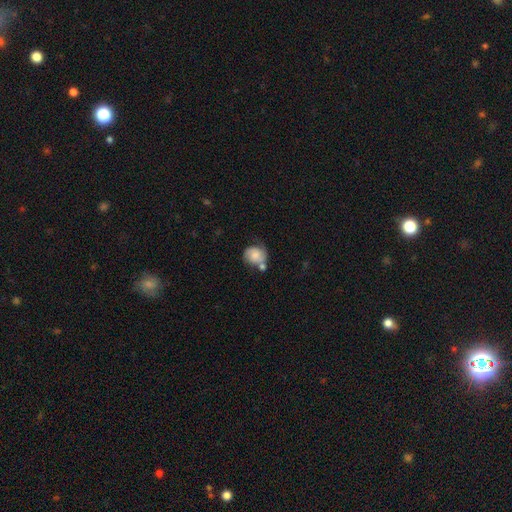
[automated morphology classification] A featured or disk galaxy (47%). Merging: none (45%).